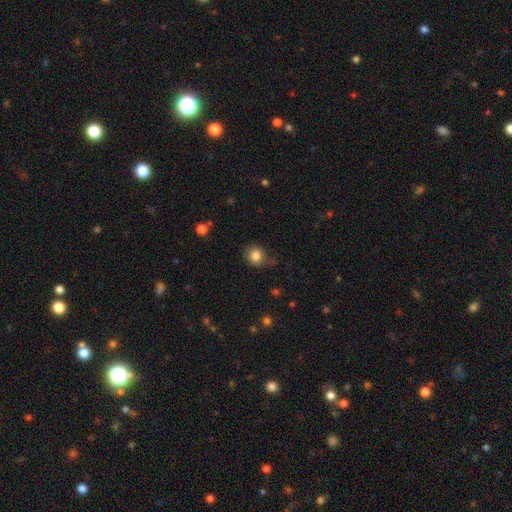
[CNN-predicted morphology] smooth 83%, star or artifact 11%, featured or disk 6%. Down the decision tree: how rounded — round (82%); merging — none (74%).